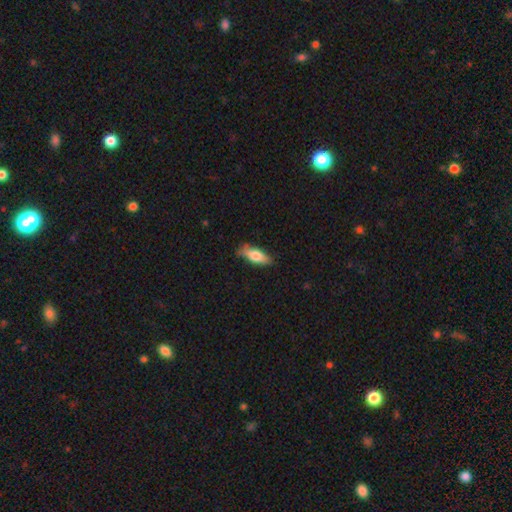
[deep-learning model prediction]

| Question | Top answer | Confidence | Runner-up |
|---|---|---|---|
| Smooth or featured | smooth | 68% | featured or disk (26%) |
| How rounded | in between | 62% | cigar-shaped (35%) |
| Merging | none | 76% | minor disturbance (19%) |